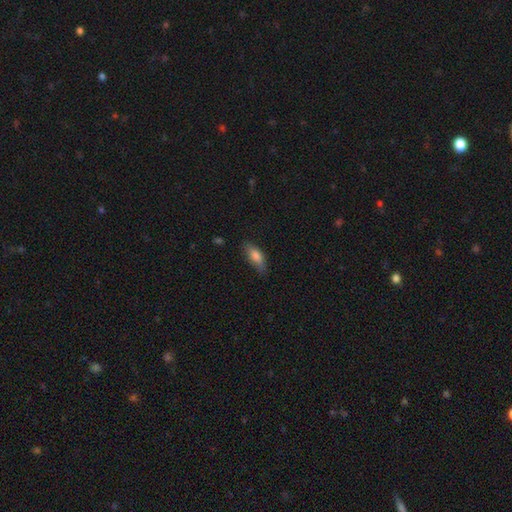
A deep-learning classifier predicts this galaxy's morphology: A smooth galaxy with no disk features (79%) that is in between round and cigar-shaped (73%). Merging: none (71%).